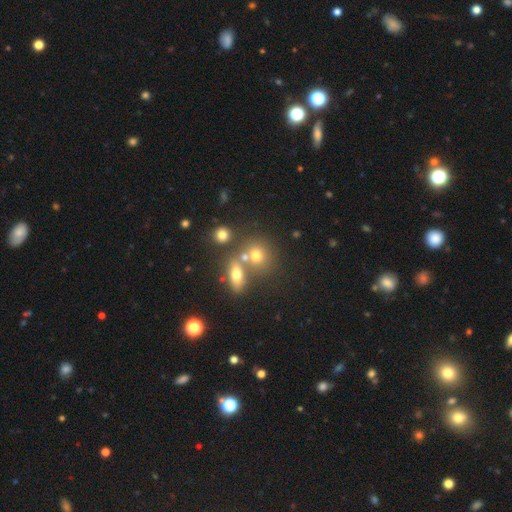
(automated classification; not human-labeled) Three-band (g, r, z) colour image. It shows a smooth galaxy with no disk features (66%) that is round (65%). Merging: none (48%).